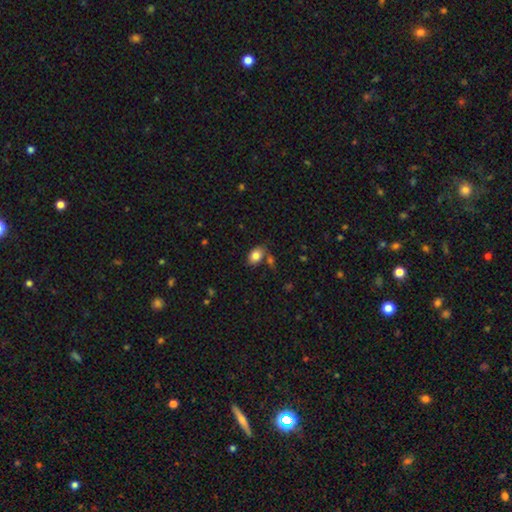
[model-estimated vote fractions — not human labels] Smooth or featured?
  - smooth: 83% *
  - featured or disk: 9%
  - star or artifact: 9%
How rounded?
  - in between: 84% *
  - round: 15%
  - cigar-shaped: 1%
Merging?
  - none: 67% *
  - minor disturbance: 15%
  - merger: 14%
  - major disturbance: 4%